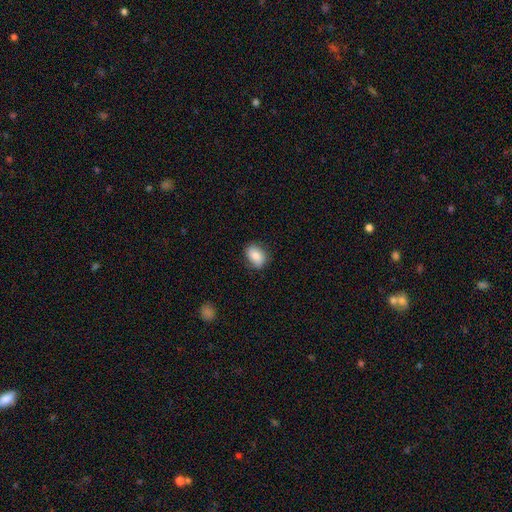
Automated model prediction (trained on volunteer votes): This is clearly a smooth galaxy (81%). How rounded: likely in between (73%). Merging: clearly none (80%).